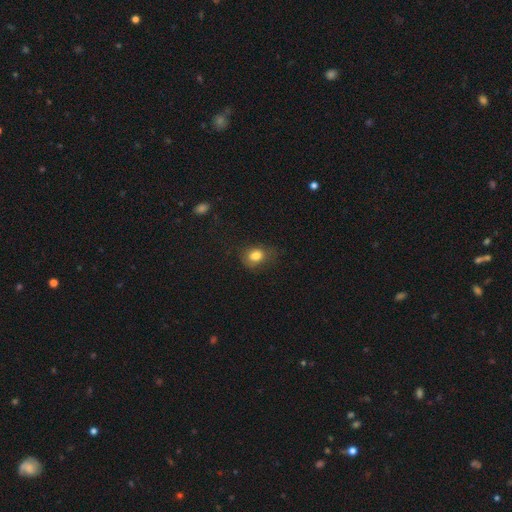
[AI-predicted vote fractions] Smooth or featured: smooth — 81% (star or artifact — 11%)
How rounded: in between — 56% (round — 42%)
Merging: none — 62% (minor disturbance — 25%)